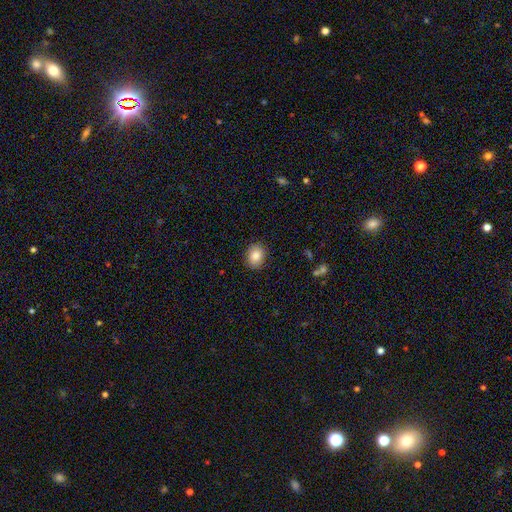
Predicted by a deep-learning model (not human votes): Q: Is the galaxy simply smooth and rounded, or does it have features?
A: smooth — 86%.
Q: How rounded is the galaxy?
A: in between — 54%.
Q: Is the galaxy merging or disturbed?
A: none — 89%.